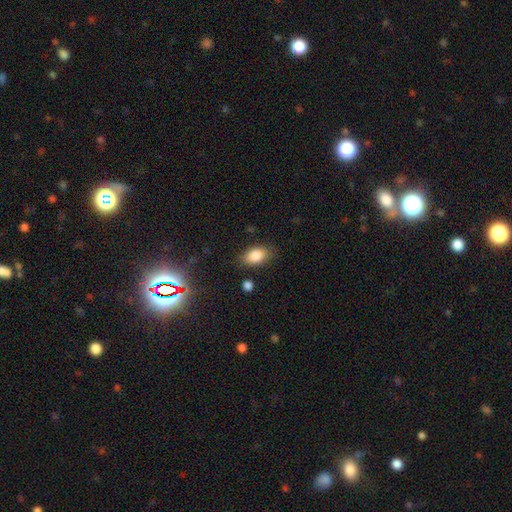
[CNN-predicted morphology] Smooth or featured?
  - smooth: 84% *
  - star or artifact: 8%
  - featured or disk: 7%
How rounded?
  - in between: 89% *
  - round: 9%
  - cigar-shaped: 2%
Merging?
  - none: 80% *
  - minor disturbance: 14%
  - major disturbance: 3%
  - merger: 2%